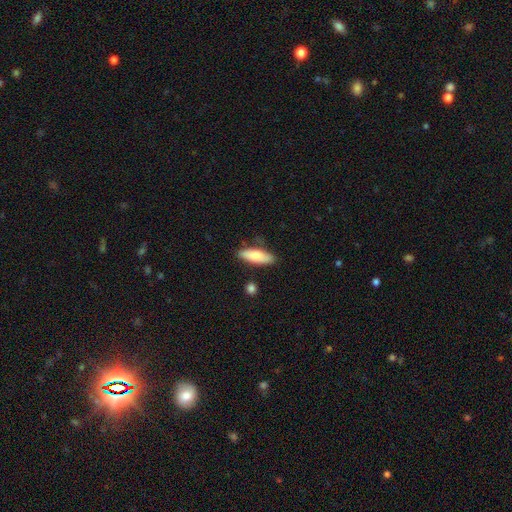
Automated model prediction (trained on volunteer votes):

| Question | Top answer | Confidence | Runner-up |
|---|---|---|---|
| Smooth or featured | smooth | 78% | featured or disk (16%) |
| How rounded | in between | 54% | cigar-shaped (44%) |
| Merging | none | 80% | minor disturbance (14%) |